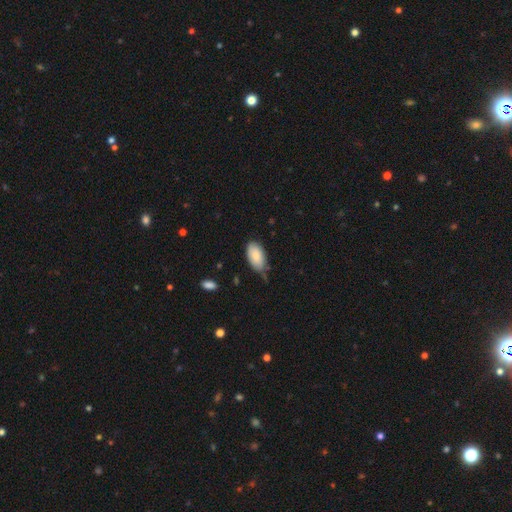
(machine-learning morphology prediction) A smooth galaxy with no disk features (86%) that is in between round and cigar-shaped (95%). Merging: none (59%).